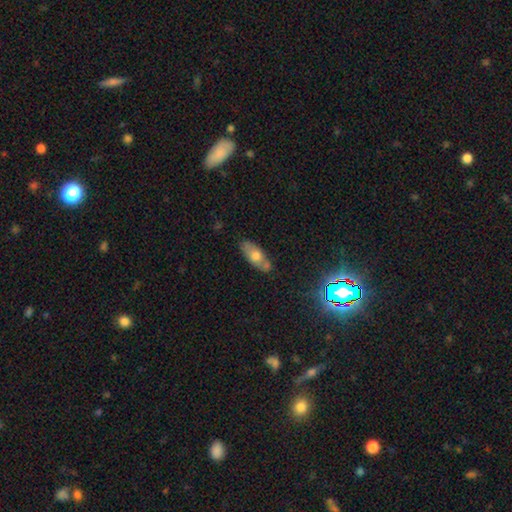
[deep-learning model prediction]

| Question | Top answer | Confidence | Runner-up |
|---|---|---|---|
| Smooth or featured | smooth | 60% | featured or disk (31%) |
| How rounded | in between | 82% | cigar-shaped (14%) |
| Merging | none | 71% | minor disturbance (18%) |